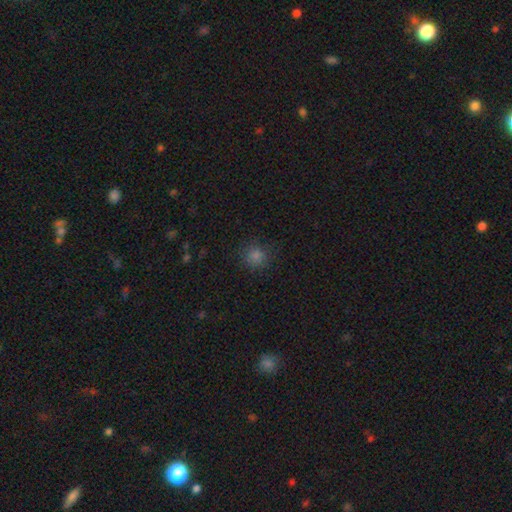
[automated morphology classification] This is likely a smooth galaxy (76%). How rounded: clearly round (93%). Merging: clearly none (89%).